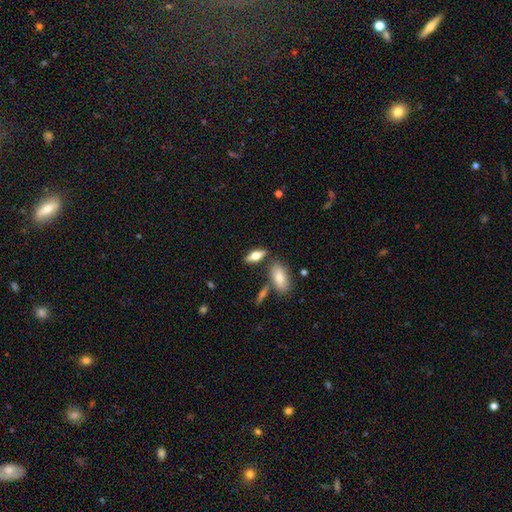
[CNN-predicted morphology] smooth-or-featured: smooth: 58% | featured or disk: 34% | star or artifact: 8%
  how-rounded: in between: 70% | cigar-shaped: 27% | round: 4%
  merging: none: 74% | minor disturbance: 12% | merger: 10% | major disturbance: 4%